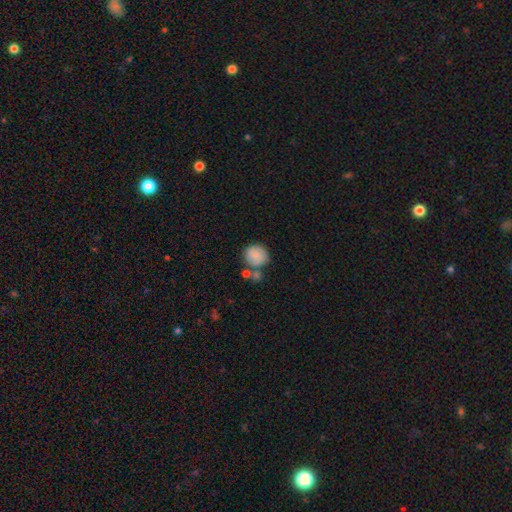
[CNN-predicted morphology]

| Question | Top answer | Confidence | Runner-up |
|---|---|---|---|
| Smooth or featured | smooth | 81% | featured or disk (11%) |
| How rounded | round | 85% | in between (14%) |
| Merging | none | 58% | merger (22%) |